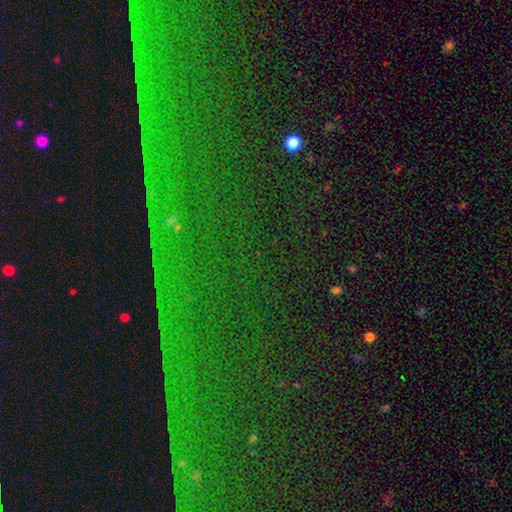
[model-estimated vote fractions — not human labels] Morphology: type=star or artifact (83%).